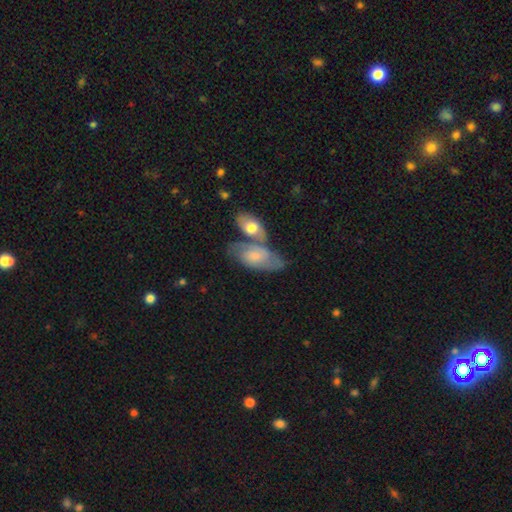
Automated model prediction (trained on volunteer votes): Q: Smooth or featured?
A: featured or disk (47%); tied with: smooth (47%)
Q: Merging?
A: merger (46%); runner-up: none (30%)